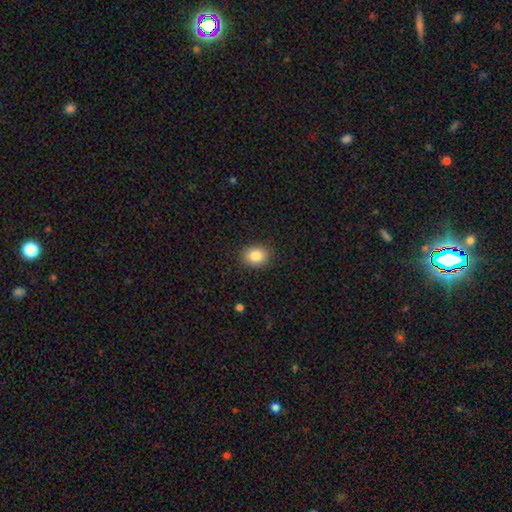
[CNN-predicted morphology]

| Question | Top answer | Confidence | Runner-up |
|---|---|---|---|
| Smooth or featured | smooth | 84% | star or artifact (9%) |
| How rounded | round | 54% | in between (46%) |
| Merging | none | 89% | minor disturbance (8%) |